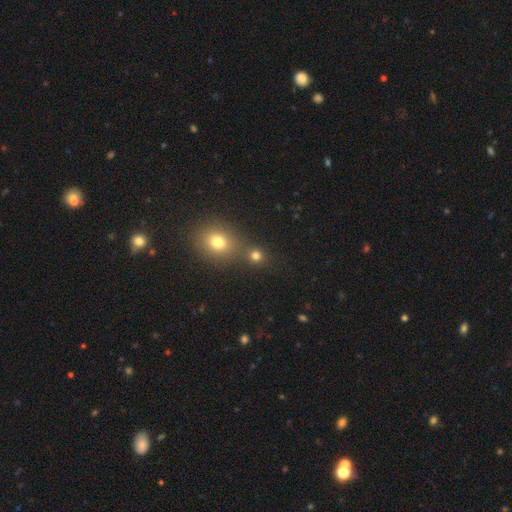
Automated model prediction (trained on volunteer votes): smooth 75%, star or artifact 18%, featured or disk 7%. Down the decision tree: how rounded — round (85%); merging — none (61%).